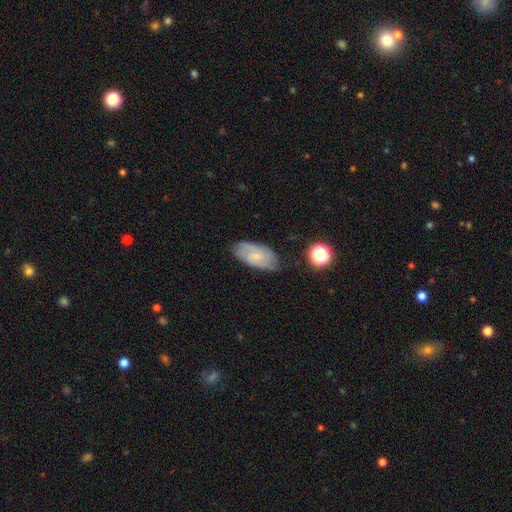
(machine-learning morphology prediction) A smooth galaxy with no disk features (53%) that is in between round and cigar-shaped (91%). Merging: none (73%).